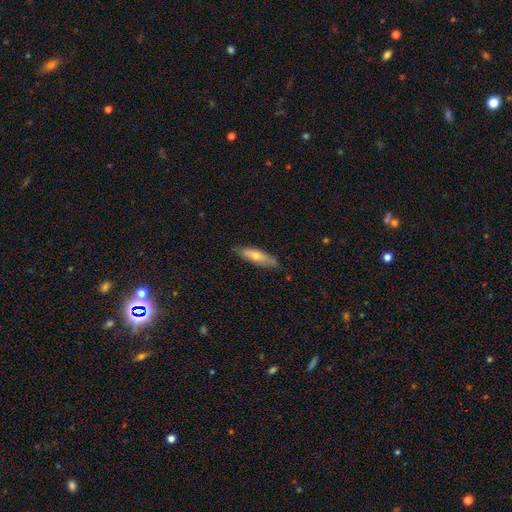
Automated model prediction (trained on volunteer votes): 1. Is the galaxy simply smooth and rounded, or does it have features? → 62% smooth, 32% featured or disk, 6% star or artifact.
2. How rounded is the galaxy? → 59% cigar-shaped, 39% in between, 2% round.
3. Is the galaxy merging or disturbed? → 81% none, 16% minor disturbance, 3% major disturbance, 1% merger.